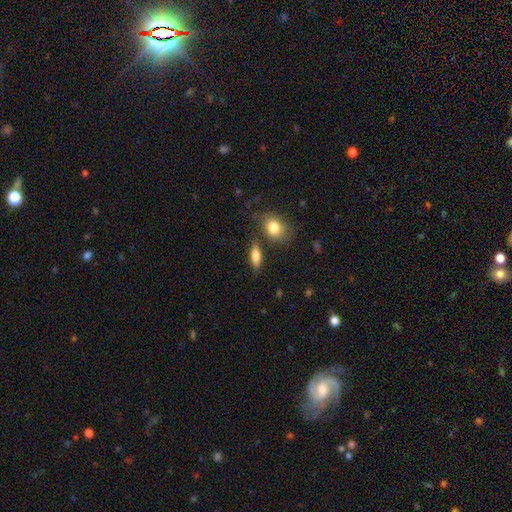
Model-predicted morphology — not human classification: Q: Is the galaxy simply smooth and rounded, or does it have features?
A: smooth — 72%.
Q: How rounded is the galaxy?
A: in between — 62%.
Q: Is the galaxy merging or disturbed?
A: none — 77%.